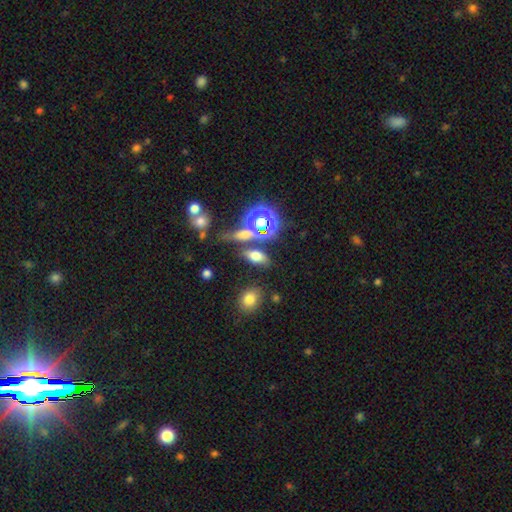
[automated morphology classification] smooth-or-featured: smooth: 59% | star or artifact: 22% | featured or disk: 19%
  how-rounded: in between: 70% | cigar-shaped: 18% | round: 12%
  merging: none: 67% | merger: 16% | minor disturbance: 11% | major disturbance: 6%